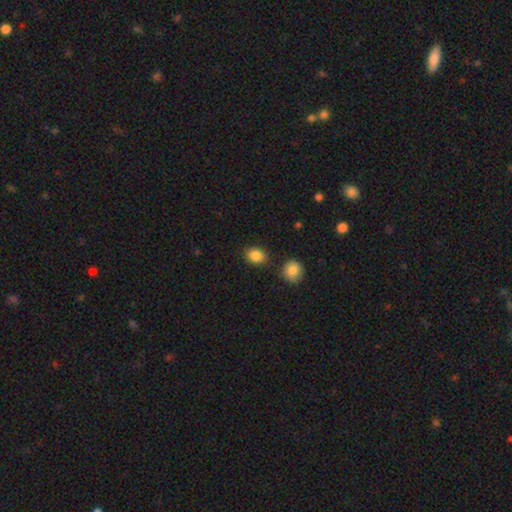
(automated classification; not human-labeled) This is clearly a smooth galaxy (87%). How rounded: possibly in between (58%). Merging: clearly none (80%).